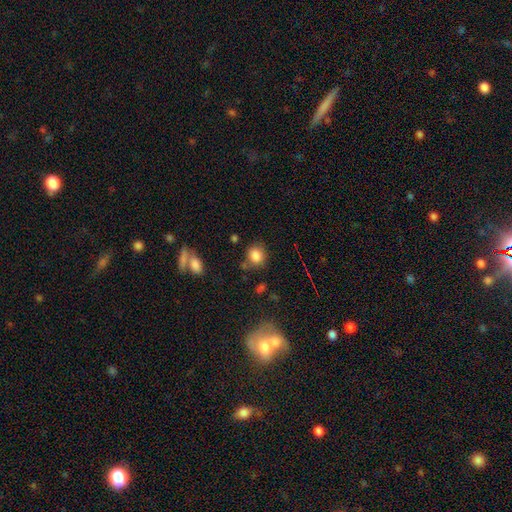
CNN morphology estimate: Smooth or featured?
  - smooth: 83% *
  - star or artifact: 11%
  - featured or disk: 6%
How rounded?
  - round: 64% *
  - in between: 35%
  - cigar-shaped: 1%
Merging?
  - none: 69% *
  - minor disturbance: 19%
  - merger: 6%
  - major disturbance: 6%